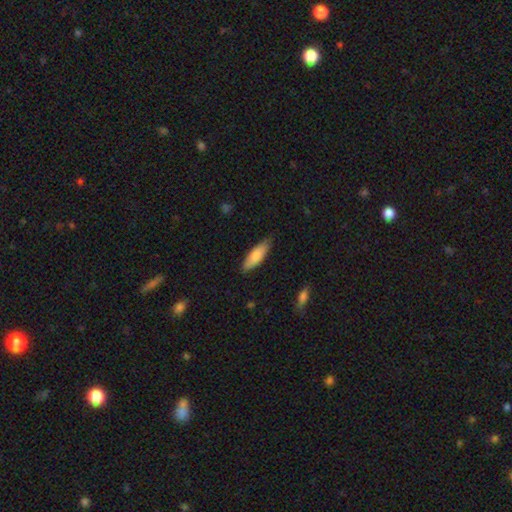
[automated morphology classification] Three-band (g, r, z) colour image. It shows a smooth galaxy with no disk features (78%) that is in between round and cigar-shaped (54%). Merging: none (81%).